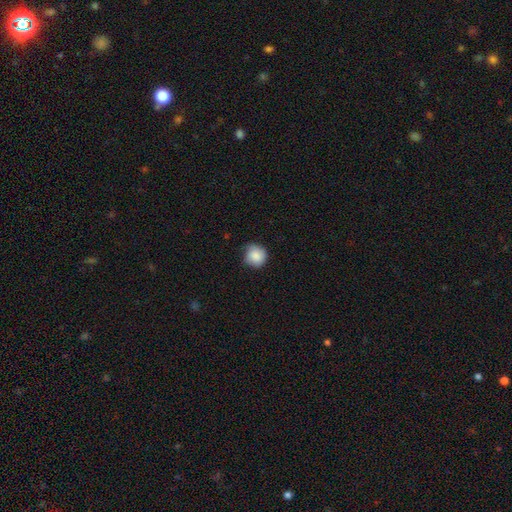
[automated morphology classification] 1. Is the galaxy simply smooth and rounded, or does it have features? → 86% smooth, 8% star or artifact, 6% featured or disk.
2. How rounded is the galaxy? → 91% round, 8% in between, 1% cigar-shaped.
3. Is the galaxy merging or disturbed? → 67% none, 28% minor disturbance, 4% major disturbance, 1% merger.